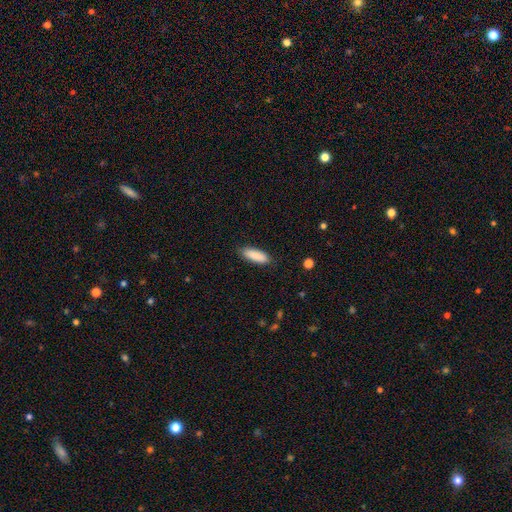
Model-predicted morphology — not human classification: Overall: smooth (89%). How rounded: in between (61%; cigar-shaped 37%). Merging: none (86%).